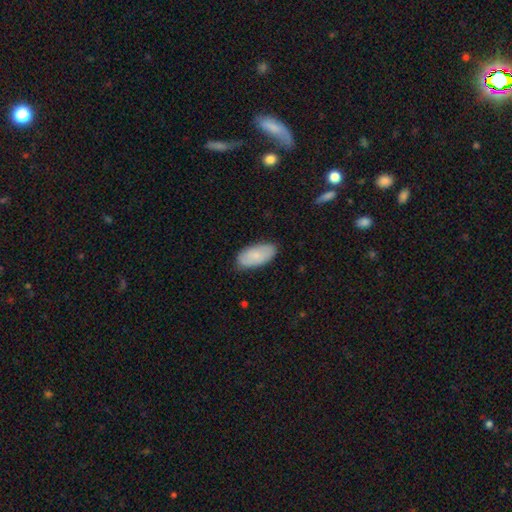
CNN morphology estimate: Q: Smooth or featured?
A: smooth (78%); runner-up: featured or disk (16%)
Q: How rounded?
A: in between (94%); runner-up: cigar-shaped (4%)
Q: Merging?
A: none (83%); runner-up: minor disturbance (14%)